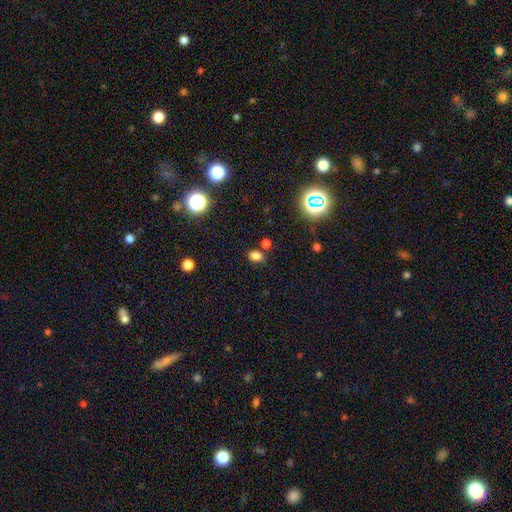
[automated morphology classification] Smooth or featured? smooth (78%)
How rounded? in between (69%)
Merging? none (75%)